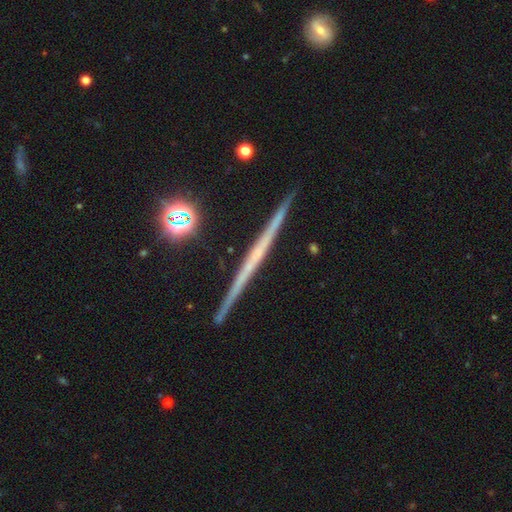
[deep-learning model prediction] Smooth or featured?
  - featured or disk: 72% *
  - smooth: 22%
  - star or artifact: 6%
Edge-on disk?
  - yes: 98% *
  - no: 2%
Edge-on bulge?
  - none: 87% *
  - rounded: 9%
  - boxy: 4%
Merging?
  - none: 92% *
  - minor disturbance: 5%
  - merger: 1%
  - major disturbance: 1%